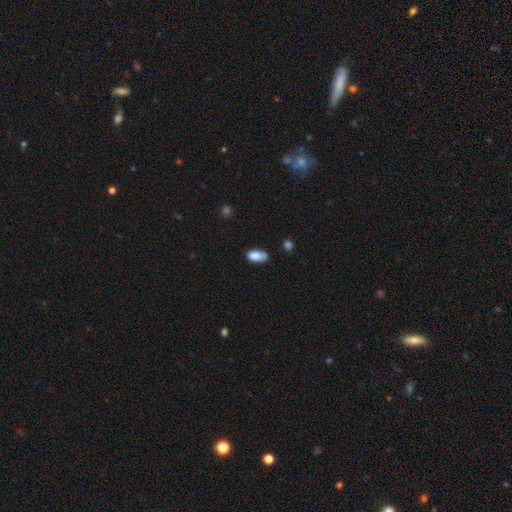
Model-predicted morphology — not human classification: Smooth or featured?
  - smooth: 87% *
  - star or artifact: 7%
  - featured or disk: 6%
How rounded?
  - in between: 91% *
  - cigar-shaped: 6%
  - round: 3%
Merging?
  - none: 65% *
  - minor disturbance: 27%
  - major disturbance: 5%
  - merger: 4%